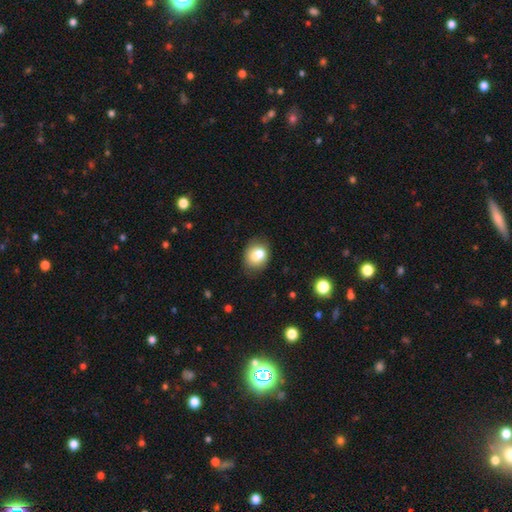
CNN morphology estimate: smooth-or-featured: smooth: 74% | featured or disk: 17% | star or artifact: 10%
  how-rounded: in between: 50% | round: 49% | cigar-shaped: 1%
  merging: none: 52% | merger: 24% | minor disturbance: 18% | major disturbance: 6%